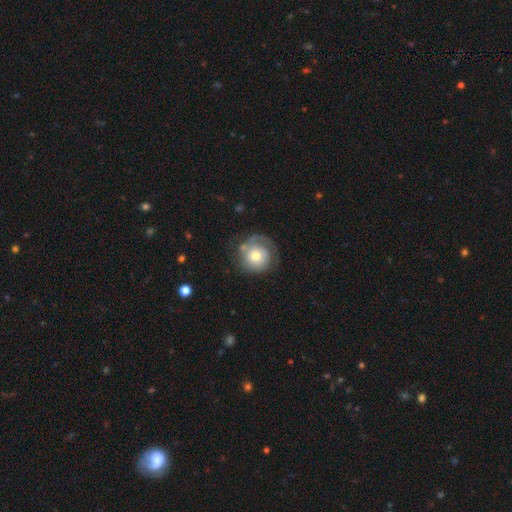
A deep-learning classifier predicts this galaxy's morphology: Smooth or featured?
  - featured or disk: 49% *
  - smooth: 44%
  - star or artifact: 7%
Merging?
  - none: 64% *
  - minor disturbance: 20%
  - major disturbance: 12%
  - merger: 4%